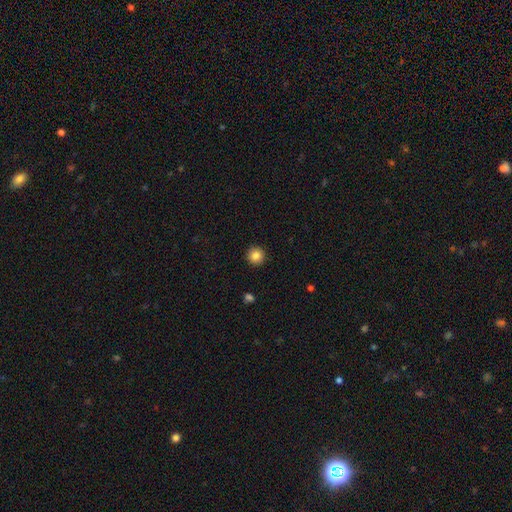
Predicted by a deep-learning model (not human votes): The model was most divided on "smooth or featured": smooth: 85%, star or artifact: 9%, featured or disk: 6%. More confident: how rounded — round (96%); merging — none (93%).